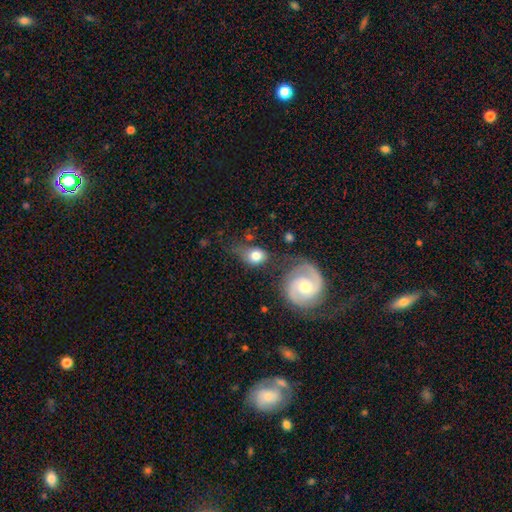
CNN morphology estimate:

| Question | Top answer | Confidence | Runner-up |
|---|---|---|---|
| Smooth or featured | smooth | 67% | featured or disk (26%) |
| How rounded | in between | 56% | round (42%) |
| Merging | none | 49% | minor disturbance (24%) |